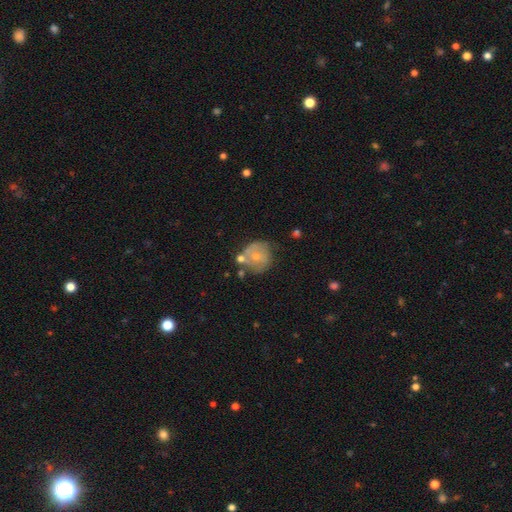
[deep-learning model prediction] Q: Smooth or featured?
A: smooth (49%); runner-up: featured or disk (43%)
Q: Merging?
A: none (49%); runner-up: minor disturbance (24%)